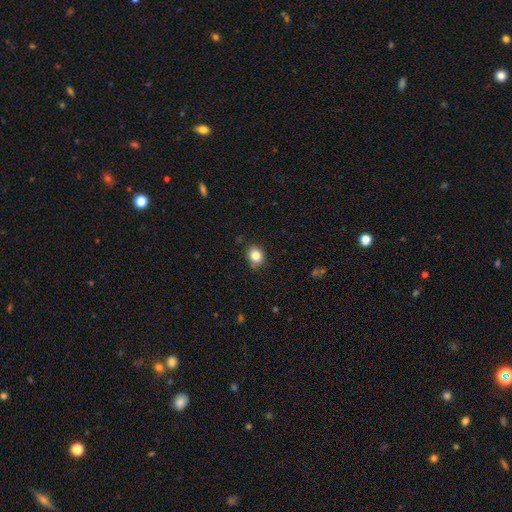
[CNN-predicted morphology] The model was most divided on "how rounded": round: 65%, in between: 34%, cigar-shaped: 1%. More confident: merging — none (83%); smooth or featured — smooth (83%).